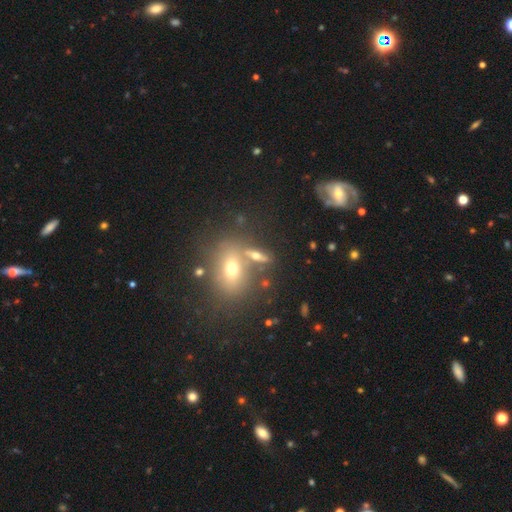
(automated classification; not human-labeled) A smooth galaxy with no disk features (50%) that is in between round and cigar-shaped (50%). Merging: none (62%).